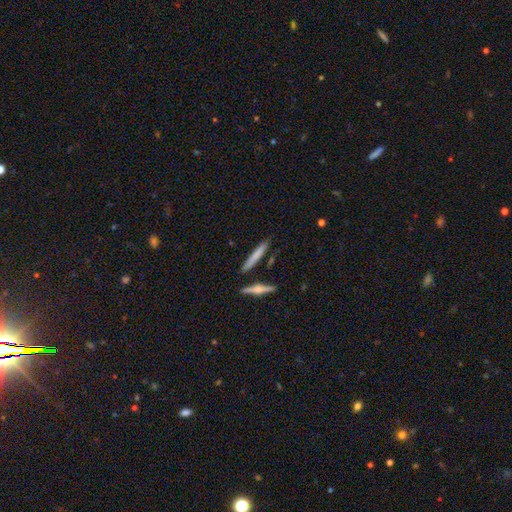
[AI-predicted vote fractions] A smooth galaxy with no disk features (65%) that is cigar-shaped (92%). Merging: none (83%).